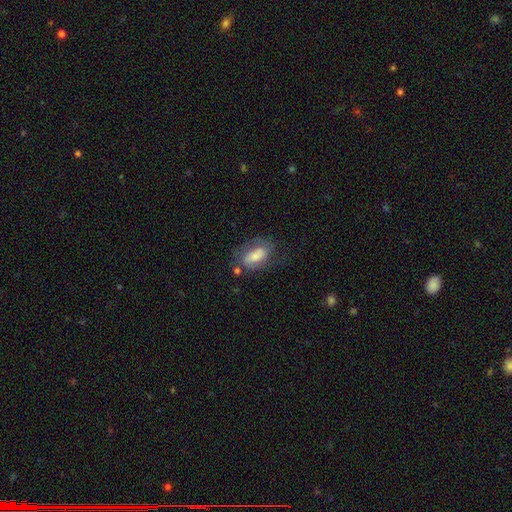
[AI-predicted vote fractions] smooth_or_featured: smooth (p=0.54) [alt: featured or disk p=0.38]
how_rounded: in between (p=0.87) [alt: cigar-shaped p=0.07]
merging: none (p=0.55) [alt: minor disturbance p=0.23]